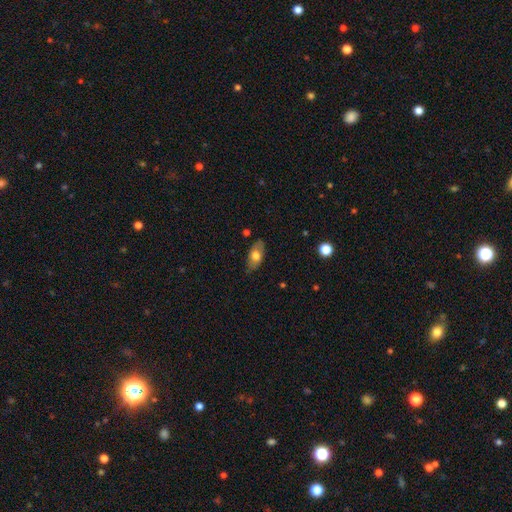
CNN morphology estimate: The model was most divided on "smooth or featured": smooth: 67%, featured or disk: 26%, star or artifact: 7%. More confident: how rounded — in between (89%); merging — none (82%).